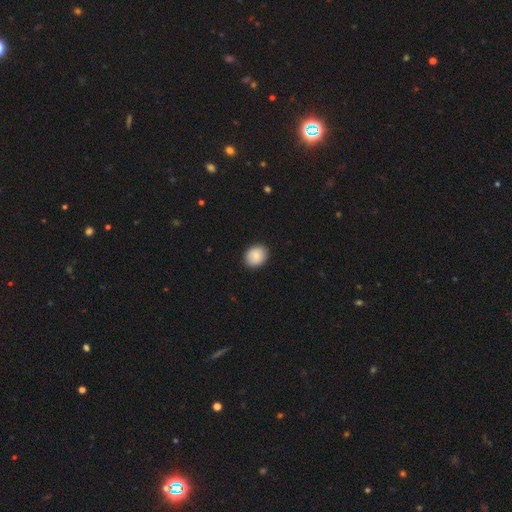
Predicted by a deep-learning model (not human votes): The model was most divided on "how rounded": round: 51%, in between: 48%, cigar-shaped: 1%. More confident: merging — none (90%); smooth or featured — smooth (87%).